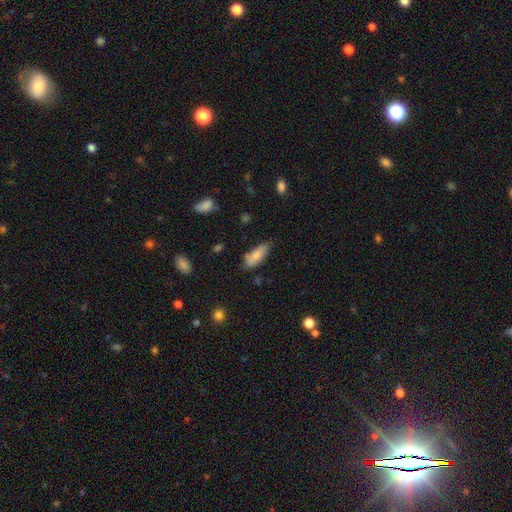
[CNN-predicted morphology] This is likely a smooth galaxy (78%). How rounded: likely in between (71%). Merging: possibly none (60%).